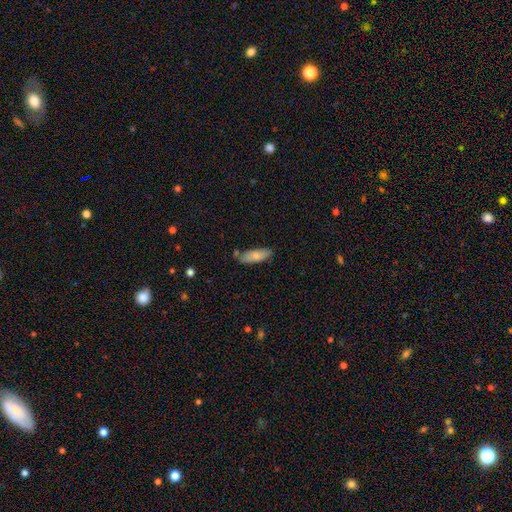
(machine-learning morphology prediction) The model was most divided on "how rounded": in between: 65%, cigar-shaped: 33%, round: 2%. More confident: smooth or featured — smooth (79%); merging — none (72%).